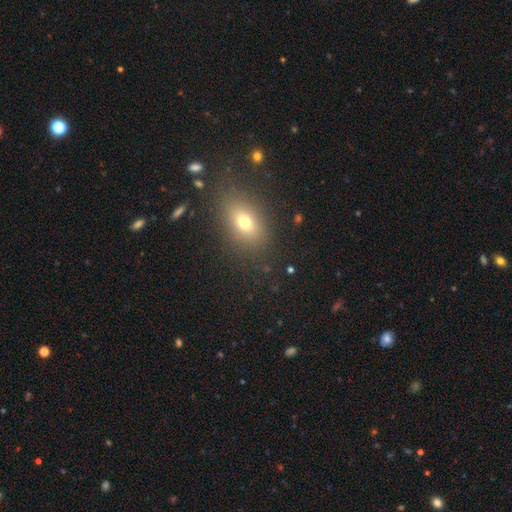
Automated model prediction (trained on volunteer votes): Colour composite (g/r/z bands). It shows a smooth galaxy with no disk features (65%) that is in between round and cigar-shaped (73%). Merging: none (86%).